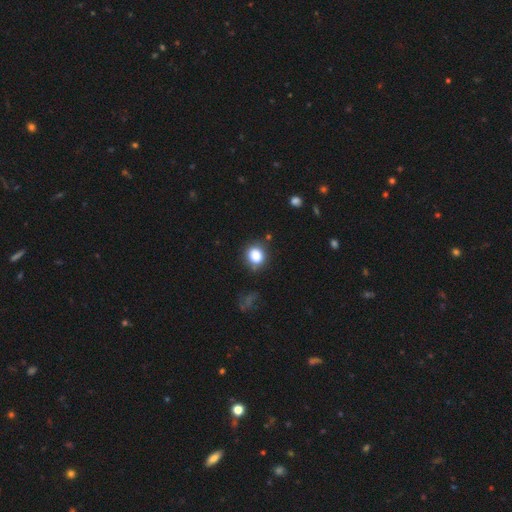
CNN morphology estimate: The model was most divided on "how rounded": round: 71%, in between: 28%, cigar-shaped: 1%. More confident: smooth or featured — smooth (84%); merging — none (74%).